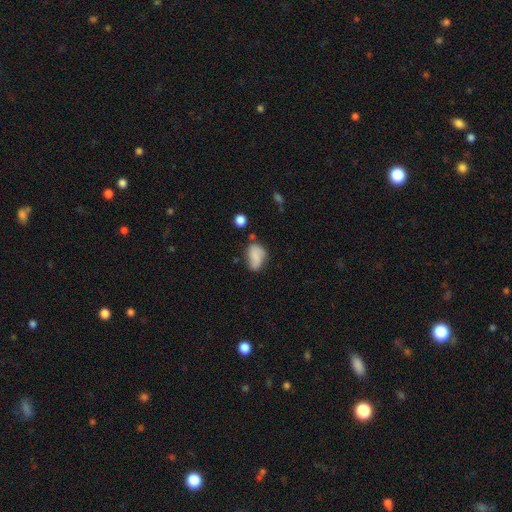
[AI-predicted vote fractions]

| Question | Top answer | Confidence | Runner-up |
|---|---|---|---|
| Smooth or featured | smooth | 68% | featured or disk (22%) |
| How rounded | in between | 85% | round (12%) |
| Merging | none | 48% | minor disturbance (32%) |